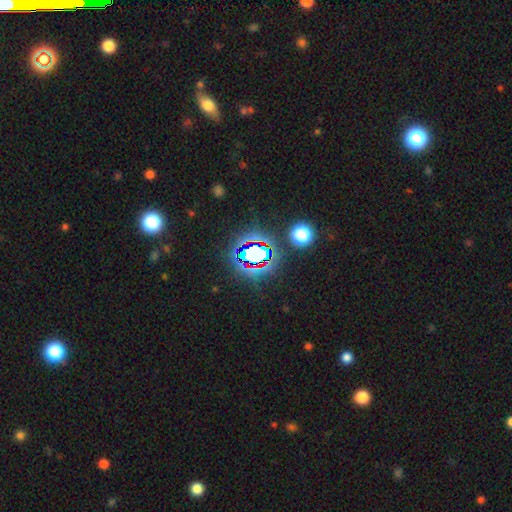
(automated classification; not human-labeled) This is likely a star or artifact rather than a galaxy (68%).